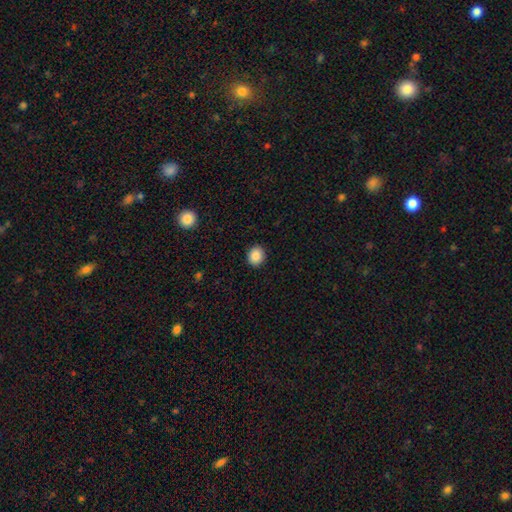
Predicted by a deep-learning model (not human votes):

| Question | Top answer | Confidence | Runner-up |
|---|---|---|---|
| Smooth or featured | smooth | 87% | star or artifact (9%) |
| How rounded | round | 72% | in between (27%) |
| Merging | none | 91% | minor disturbance (6%) |